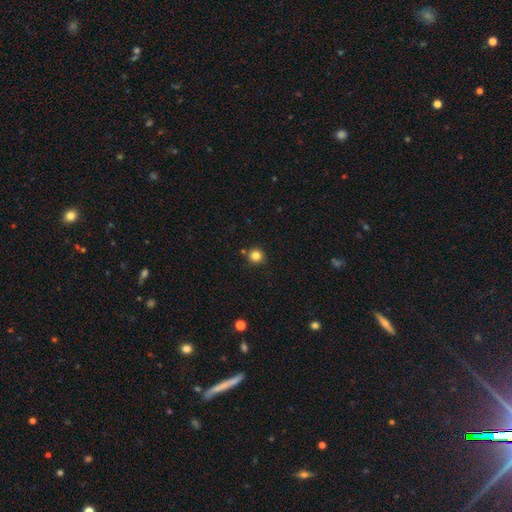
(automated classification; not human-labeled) A smooth galaxy with no disk features (83%) that is round (94%). Merging: none (87%).